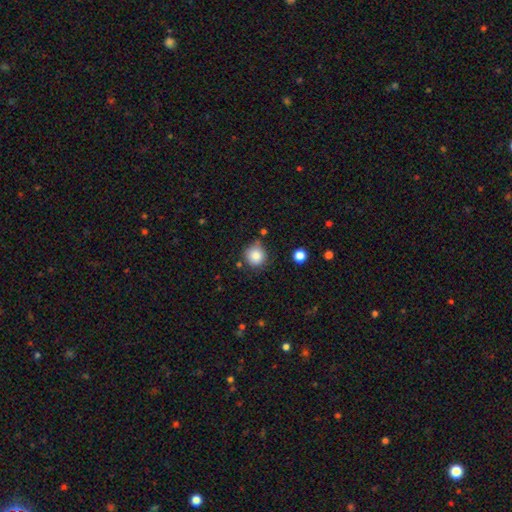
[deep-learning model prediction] Smooth or featured?
  - smooth: 85% *
  - star or artifact: 10%
  - featured or disk: 5%
How rounded?
  - round: 92% *
  - in between: 7%
  - cigar-shaped: 1%
Merging?
  - none: 75% *
  - minor disturbance: 15%
  - merger: 5%
  - major disturbance: 4%